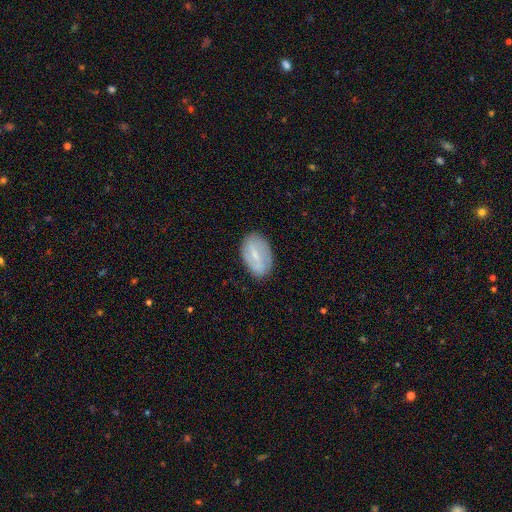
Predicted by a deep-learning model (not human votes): A featured or disk galaxy (50%). Merging: none (80%).